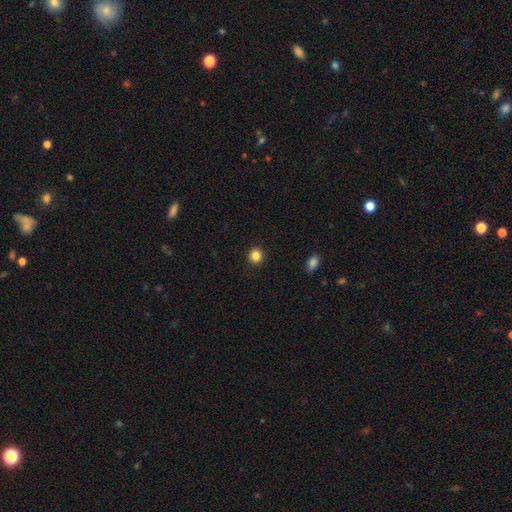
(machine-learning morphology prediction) smooth-or-featured: smooth: 85% | star or artifact: 11% | featured or disk: 4%
  how-rounded: round: 91% | in between: 8% | cigar-shaped: 1%
  merging: none: 93% | minor disturbance: 5% | major disturbance: 2% | merger: 1%